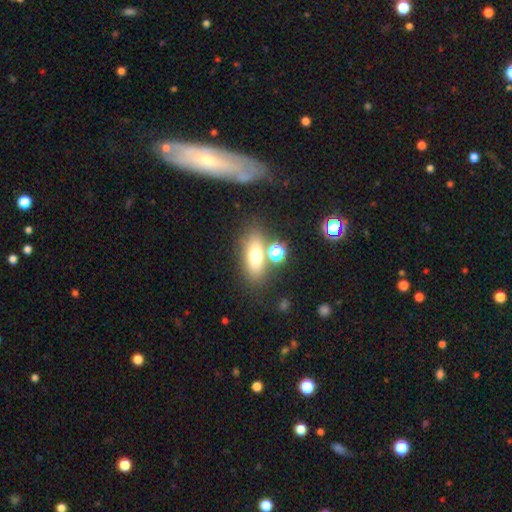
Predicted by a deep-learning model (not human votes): Smooth or featured? smooth (66%)
How rounded? in between (70%)
Merging? none (69%)